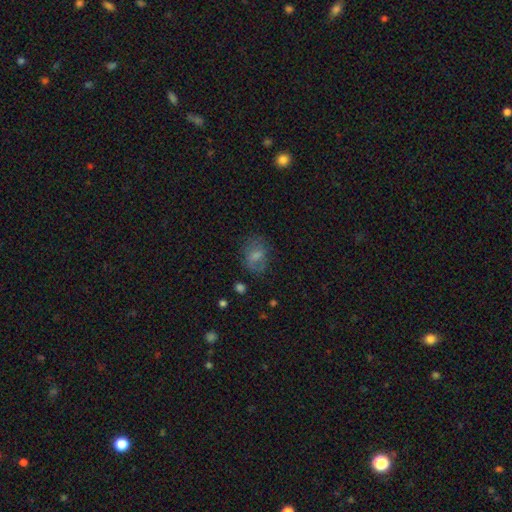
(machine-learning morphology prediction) type=smooth (63%); roundness=in between (65%); merging=none (59%).